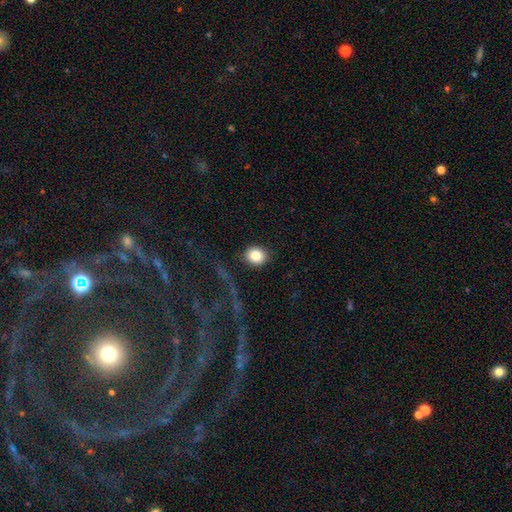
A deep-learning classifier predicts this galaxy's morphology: A smooth galaxy with no disk features (84%) that is round (77%). Merging: none (84%).